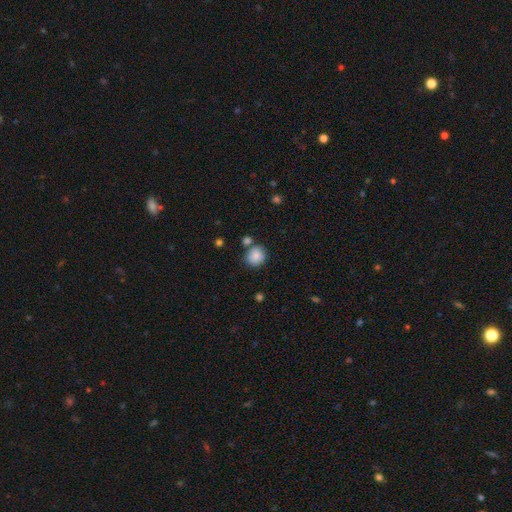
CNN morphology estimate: Q: Smooth or featured?
A: smooth (84%); runner-up: star or artifact (9%)
Q: How rounded?
A: round (83%); runner-up: in between (16%)
Q: Merging?
A: none (70%); runner-up: merger (14%)